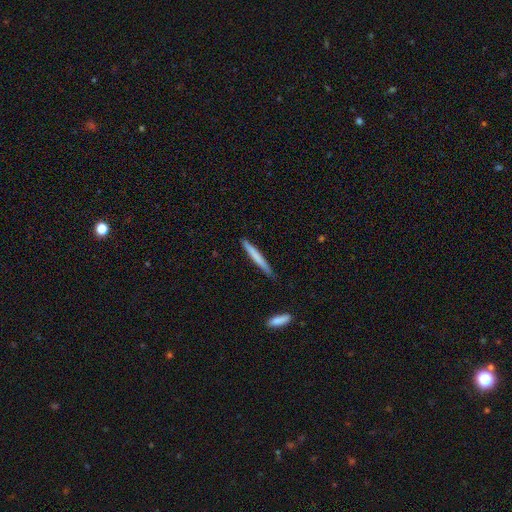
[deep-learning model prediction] Smooth or featured: smooth — 69% (featured or disk — 26%)
How rounded: cigar-shaped — 97% (in between — 2%)
Merging: none — 84% (minor disturbance — 13%)